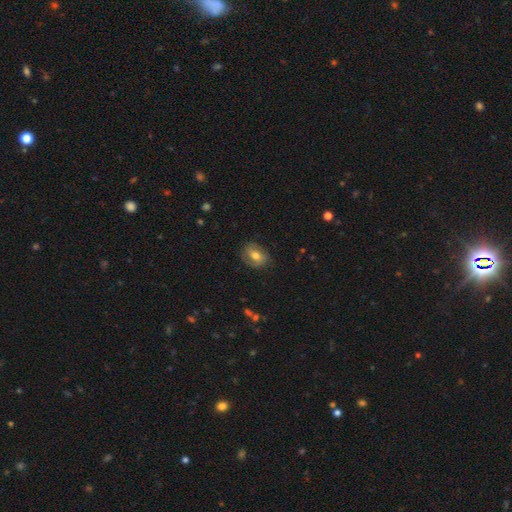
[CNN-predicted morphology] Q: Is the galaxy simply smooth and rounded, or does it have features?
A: smooth — 60%.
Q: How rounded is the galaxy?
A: in between — 60%.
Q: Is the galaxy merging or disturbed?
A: none — 75%.